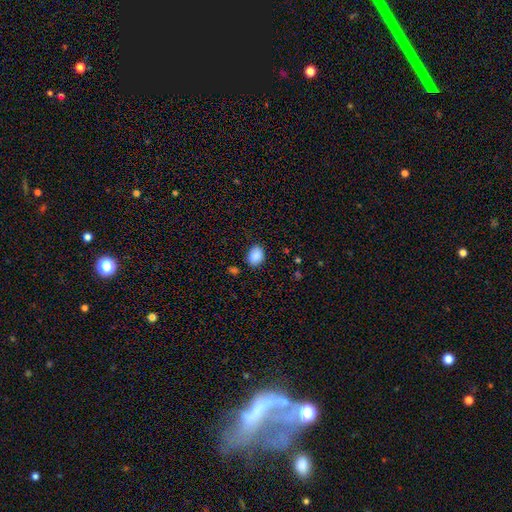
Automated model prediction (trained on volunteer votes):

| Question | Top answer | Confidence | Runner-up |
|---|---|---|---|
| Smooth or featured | smooth | 89% | star or artifact (8%) |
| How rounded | in between | 67% | round (32%) |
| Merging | none | 84% | minor disturbance (11%) |